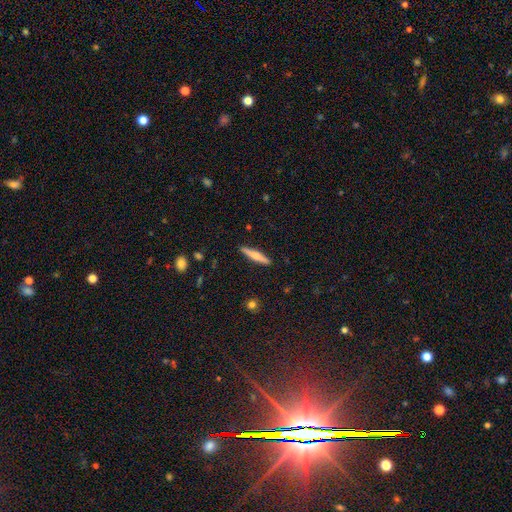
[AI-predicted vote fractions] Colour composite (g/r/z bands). It shows a smooth galaxy with no disk features (59%) that is cigar-shaped (90%). Merging: none (90%).